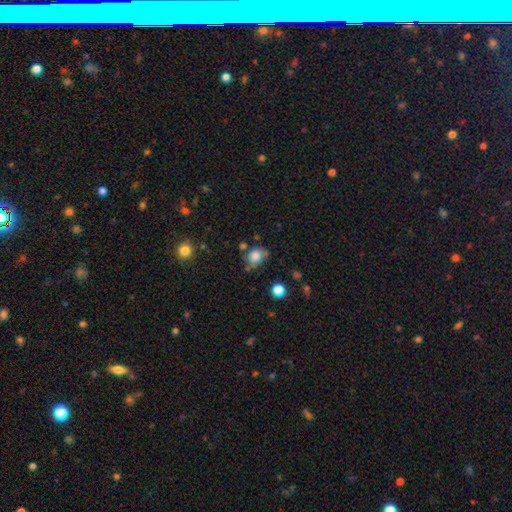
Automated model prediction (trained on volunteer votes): The model was most divided on "how rounded": round: 52%, in between: 47%, cigar-shaped: 1%. More confident: smooth or featured — smooth (78%); merging — none (54%).